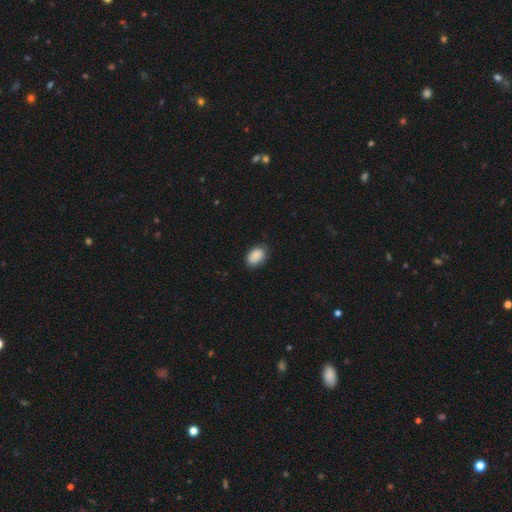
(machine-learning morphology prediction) Overall: smooth (89%). How rounded: in between (88%). Merging: none (79%).